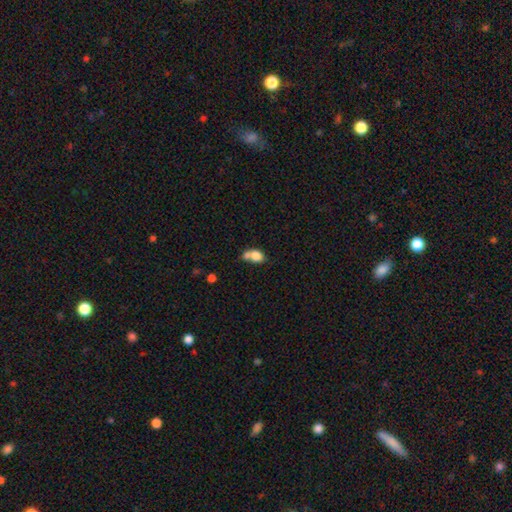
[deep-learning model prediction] Q: Smooth or featured?
A: smooth (78%); runner-up: featured or disk (13%)
Q: How rounded?
A: in between (65%); runner-up: round (33%)
Q: Merging?
A: merger (51%); runner-up: none (27%)